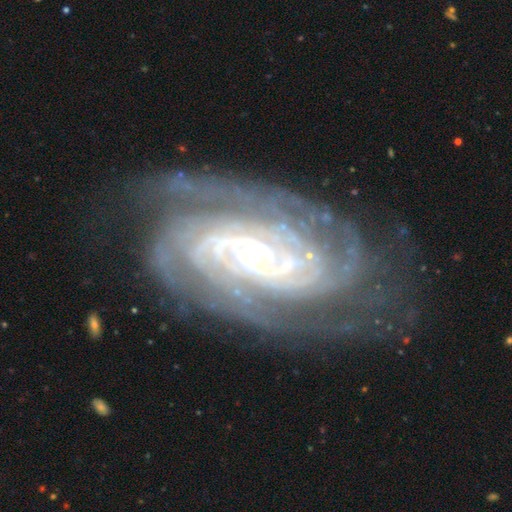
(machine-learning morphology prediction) A featured or disk galaxy (92%) with no bar (56%), 4 (22%) tight (80%) spiral arms (99%) and a small central bulge (78%). Merging: none (75%).